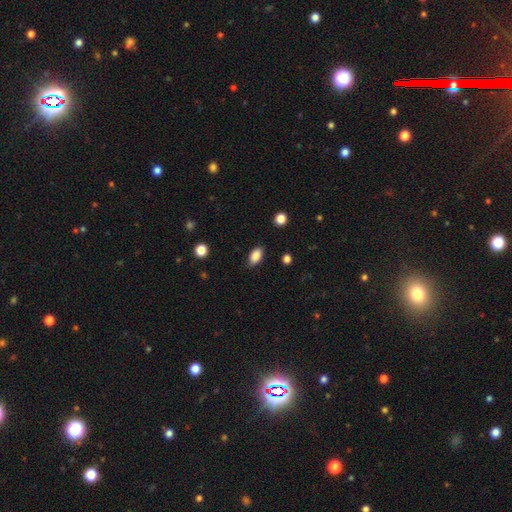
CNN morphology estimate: smooth-or-featured: smooth: 86% | star or artifact: 8% | featured or disk: 6%
  how-rounded: in between: 90% | round: 7% | cigar-shaped: 3%
  merging: none: 78% | minor disturbance: 17% | major disturbance: 3% | merger: 1%